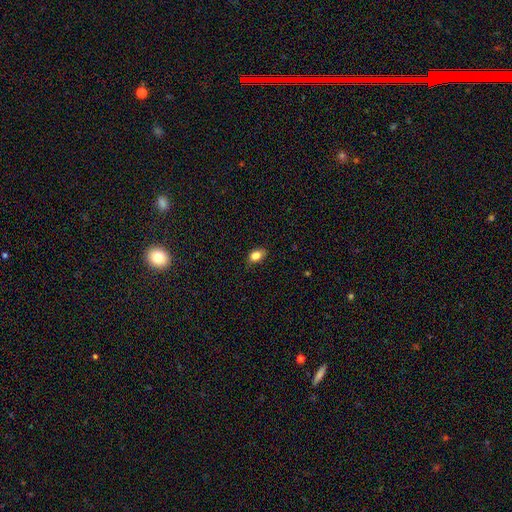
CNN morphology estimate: The model was most divided on "how rounded": in between: 78%, round: 20%, cigar-shaped: 2%. More confident: smooth or featured — smooth (85%); merging — none (78%).